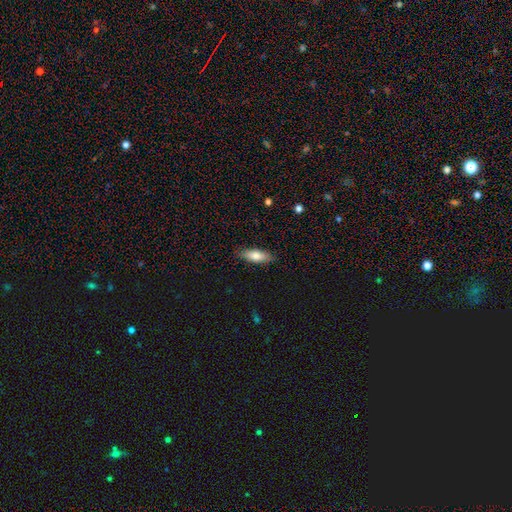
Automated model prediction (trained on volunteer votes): smooth 75%, featured or disk 19%, star or artifact 6%. Down the decision tree: how rounded — in between (60%); merging — none (85%).